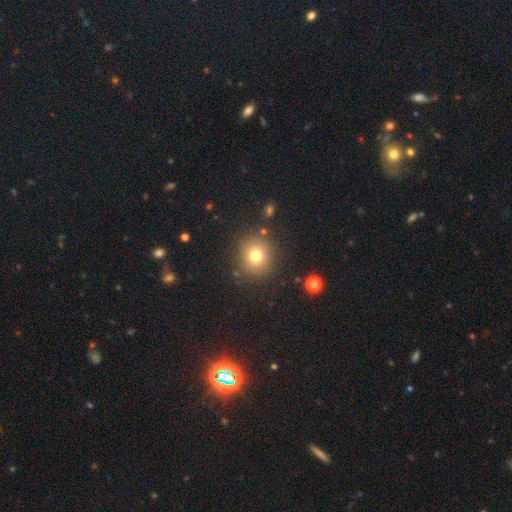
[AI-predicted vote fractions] smooth_or_featured: smooth (p=0.75) [alt: star or artifact p=0.15]
how_rounded: round (p=0.86) [alt: in between p=0.13]
merging: none (p=0.86) [alt: minor disturbance p=0.08]